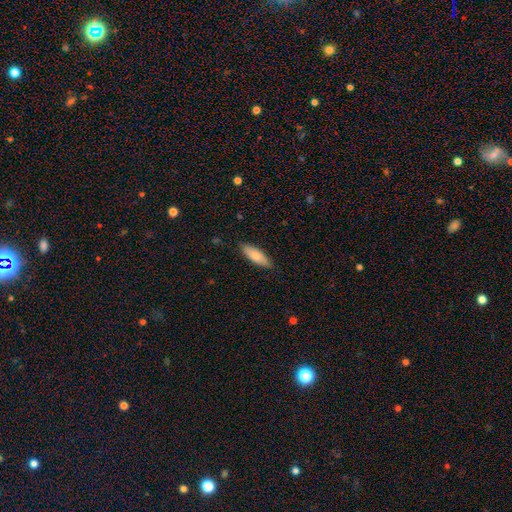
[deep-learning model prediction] smooth_or_featured: smooth (p=0.79) [alt: featured or disk p=0.15]
how_rounded: in between (p=0.62) [alt: cigar-shaped p=0.36]
merging: none (p=0.86) [alt: minor disturbance p=0.11]